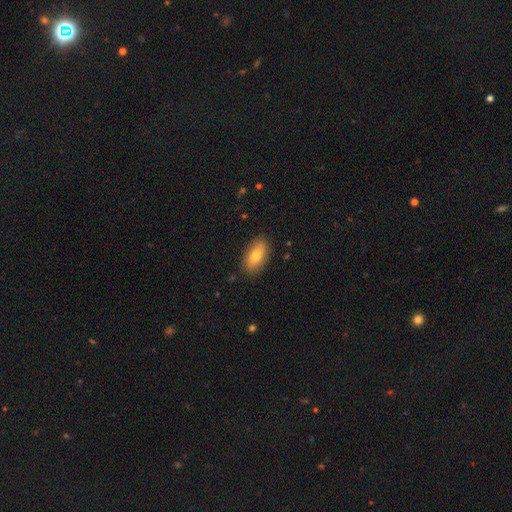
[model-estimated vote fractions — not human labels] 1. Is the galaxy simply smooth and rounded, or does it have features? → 72% smooth, 21% featured or disk, 7% star or artifact.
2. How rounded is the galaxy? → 89% in between, 7% cigar-shaped, 4% round.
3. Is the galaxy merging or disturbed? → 86% none, 10% minor disturbance, 2% major disturbance, 1% merger.